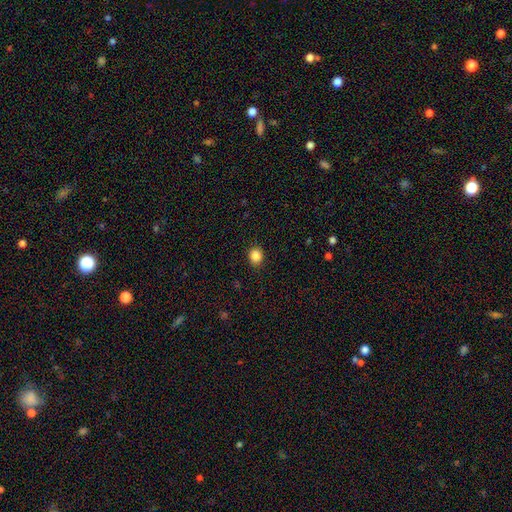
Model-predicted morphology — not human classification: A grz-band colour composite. It shows a smooth galaxy with no disk features (86%) that is round (73%). Merging: none (90%).